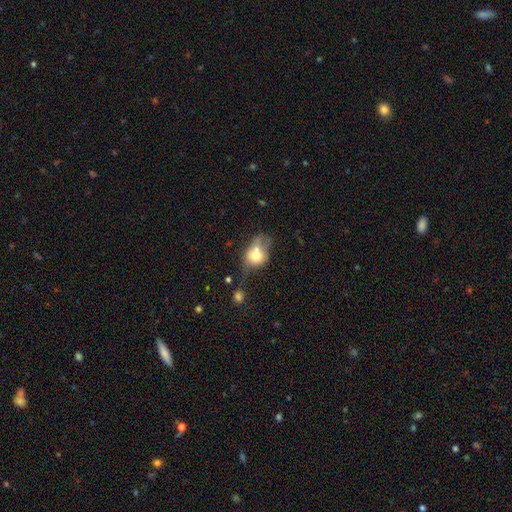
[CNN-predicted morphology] smooth 62%, featured or disk 29%, star or artifact 9%. Down the decision tree: how rounded — in between (56%); merging — merger (43%).